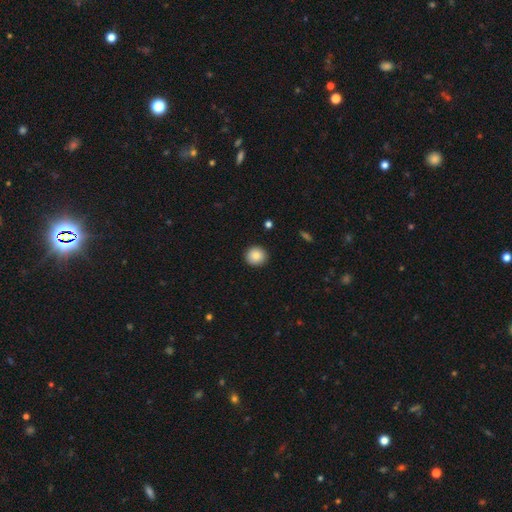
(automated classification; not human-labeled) A smooth galaxy with no disk features (86%) that is round (92%).

Vote fractions:
- Smooth or featured? smooth: 86% / star or artifact: 9% / featured or disk: 5%
- How rounded? round: 92% / in between: 7% / cigar-shaped: 1%
- Merging? none: 92% / minor disturbance: 5% / major disturbance: 2% / merger: 1%